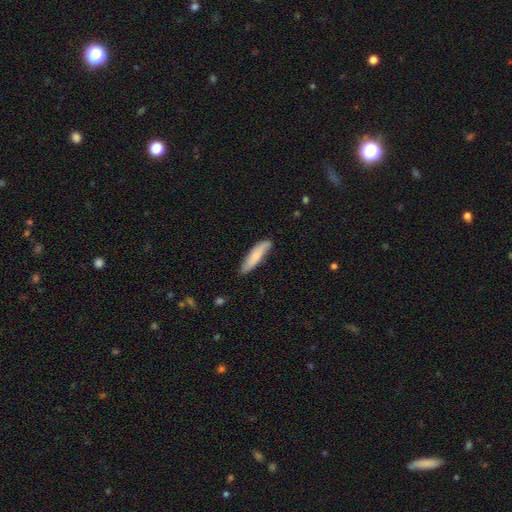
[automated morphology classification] The model was most divided on "how rounded": cigar-shaped: 74%, in between: 25%, round: 2%. More confident: merging — none (78%); smooth or featured — smooth (74%).